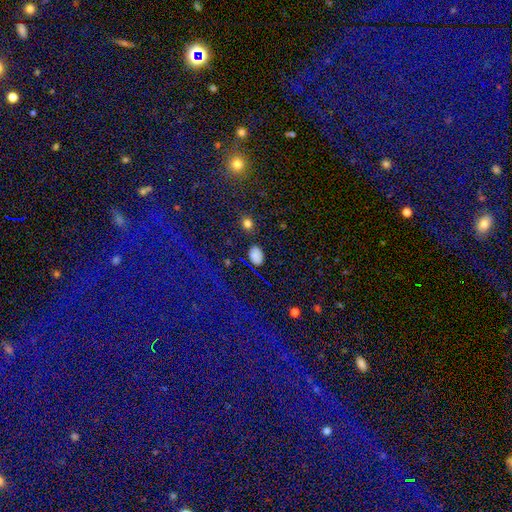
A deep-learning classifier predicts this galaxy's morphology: Smooth or featured?
  - smooth: 75% *
  - star or artifact: 18%
  - featured or disk: 7%
How rounded?
  - in between: 72% *
  - round: 26%
  - cigar-shaped: 2%
Merging?
  - none: 82% *
  - minor disturbance: 12%
  - major disturbance: 3%
  - merger: 2%